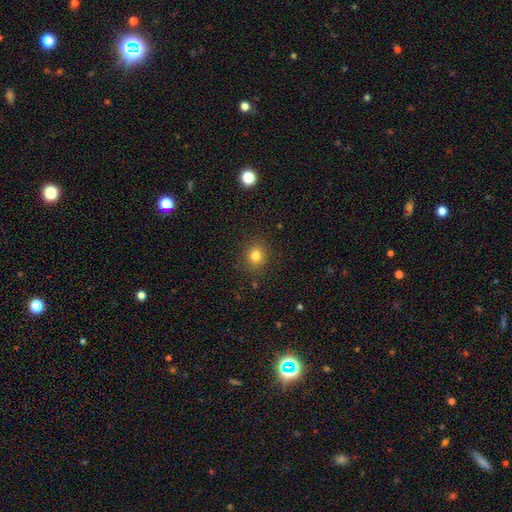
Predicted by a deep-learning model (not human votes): smooth_or_featured: smooth (p=0.80) [alt: star or artifact p=0.13]
how_rounded: round (p=0.81) [alt: in between p=0.18]
merging: none (p=0.88) [alt: minor disturbance p=0.08]